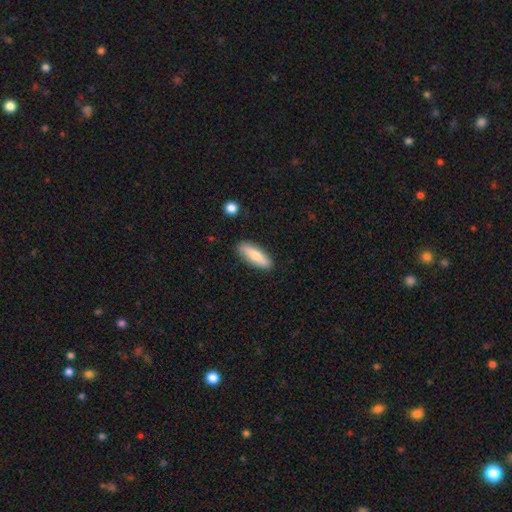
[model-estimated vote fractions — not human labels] This is likely a smooth galaxy (74%). How rounded: possibly cigar-shaped (52%). Merging: clearly none (87%).